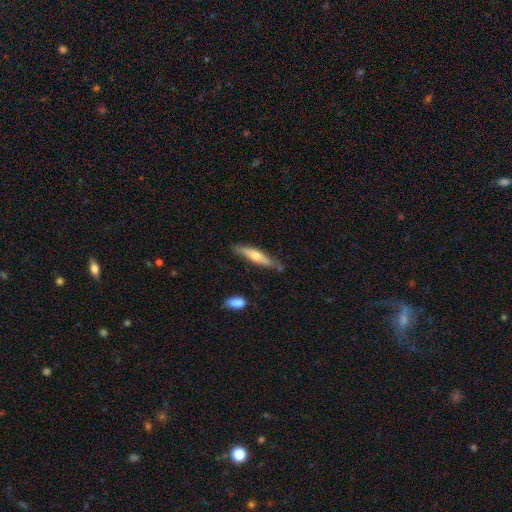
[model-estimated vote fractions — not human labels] smooth-or-featured: smooth: 49% | featured or disk: 45% | star or artifact: 5%
  merging: none: 74% | minor disturbance: 18% | merger: 4% | major disturbance: 3%